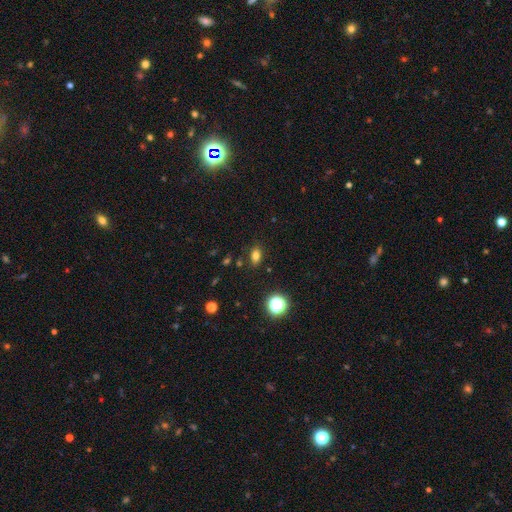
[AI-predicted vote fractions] Smooth or featured? Predicted: smooth (p=0.76). How rounded? Predicted: in between (p=0.80). Merging? Predicted: none (p=0.85).